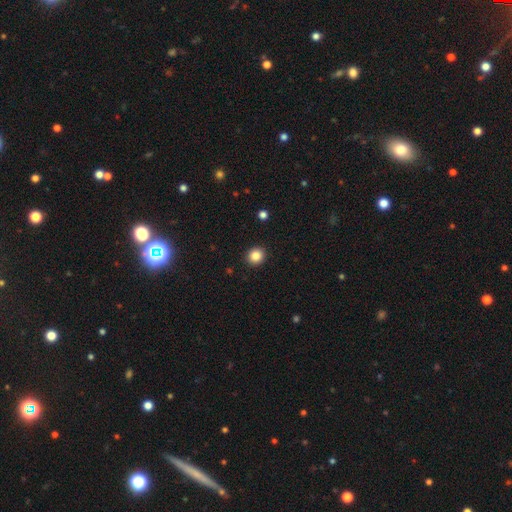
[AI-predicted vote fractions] smooth_or_featured: smooth (p=0.85) [alt: star or artifact p=0.10]
how_rounded: round (p=0.87) [alt: in between p=0.12]
merging: none (p=0.92) [alt: minor disturbance p=0.05]